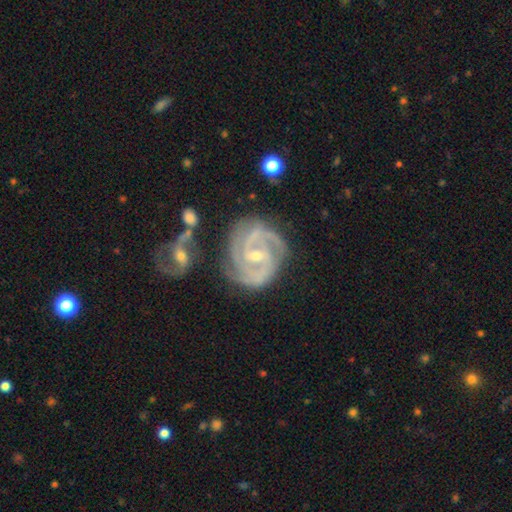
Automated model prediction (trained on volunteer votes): A featured or disk galaxy (92%) with a weak bar (45%), 3 (40%, tied with 2) tight (59%) spiral arms (99%) and a small central bulge (57%). Merging: none (64%).